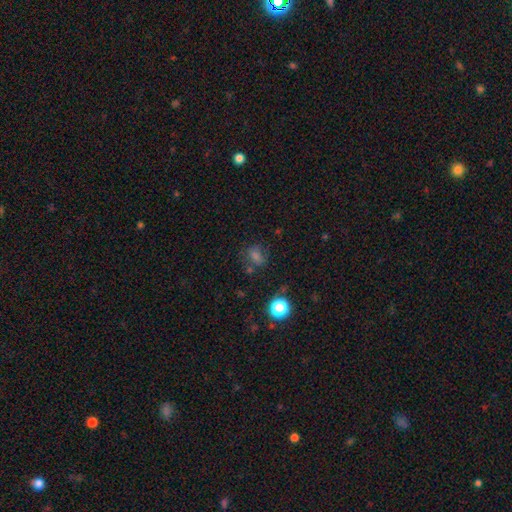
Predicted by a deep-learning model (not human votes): The model was most divided on "how rounded": round: 59%, in between: 39%, cigar-shaped: 2%. More confident: merging — none (65%); smooth or featured — smooth (56%).